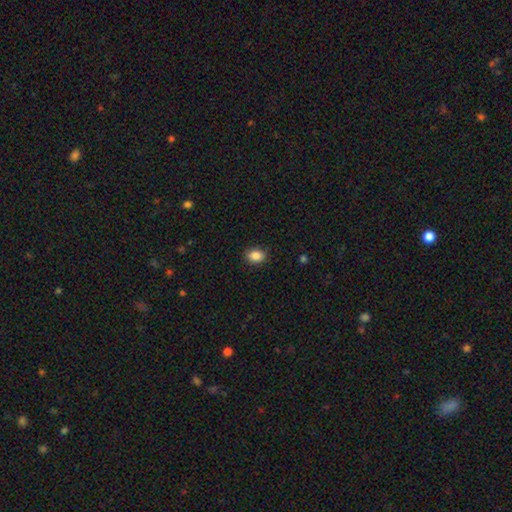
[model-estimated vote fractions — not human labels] smooth-or-featured: smooth: 87% | star or artifact: 9% | featured or disk: 4%
  how-rounded: in between: 65% | round: 34% | cigar-shaped: 1%
  merging: none: 87% | minor disturbance: 9% | major disturbance: 2% | merger: 1%